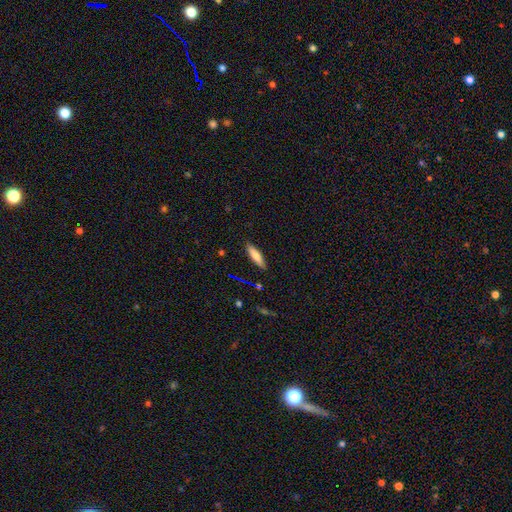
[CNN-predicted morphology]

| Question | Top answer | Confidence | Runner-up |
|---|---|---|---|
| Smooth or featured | smooth | 74% | featured or disk (18%) |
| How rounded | cigar-shaped | 64% | in between (34%) |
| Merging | none | 86% | minor disturbance (10%) |